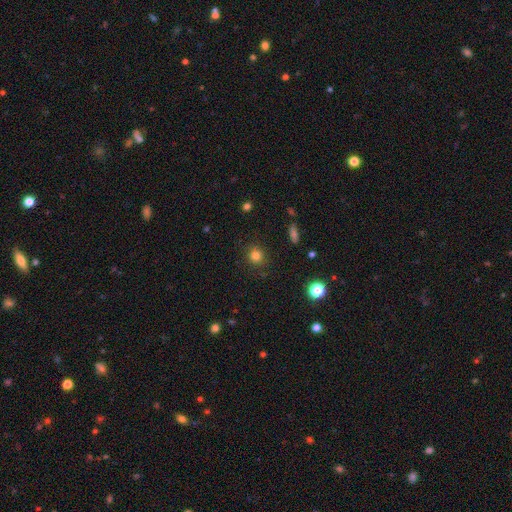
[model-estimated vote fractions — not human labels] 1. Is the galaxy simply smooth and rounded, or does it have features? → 79% smooth, 15% star or artifact, 6% featured or disk.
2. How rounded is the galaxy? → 88% round, 11% in between, 1% cigar-shaped.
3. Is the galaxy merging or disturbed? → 86% none, 9% minor disturbance, 3% major disturbance, 2% merger.